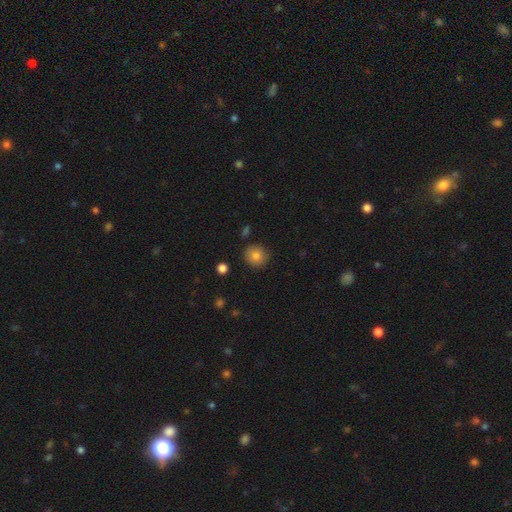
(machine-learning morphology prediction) Overall: smooth (84%). How rounded: round (87%). Merging: none (87%).